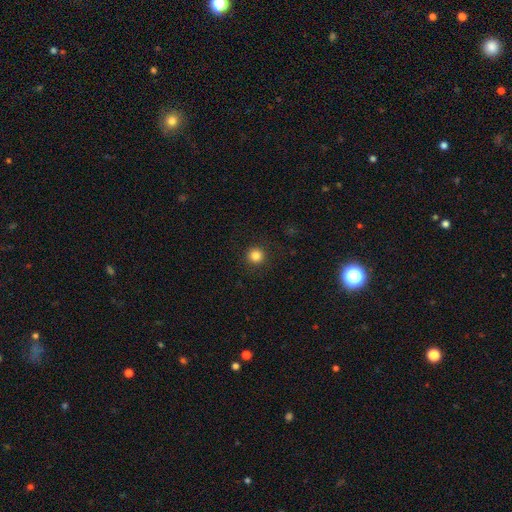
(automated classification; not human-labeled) Smooth or featured?
  - smooth: 84% *
  - star or artifact: 12%
  - featured or disk: 4%
How rounded?
  - round: 96% *
  - in between: 4%
  - cigar-shaped: 1%
Merging?
  - none: 92% *
  - minor disturbance: 5%
  - major disturbance: 2%
  - merger: 1%